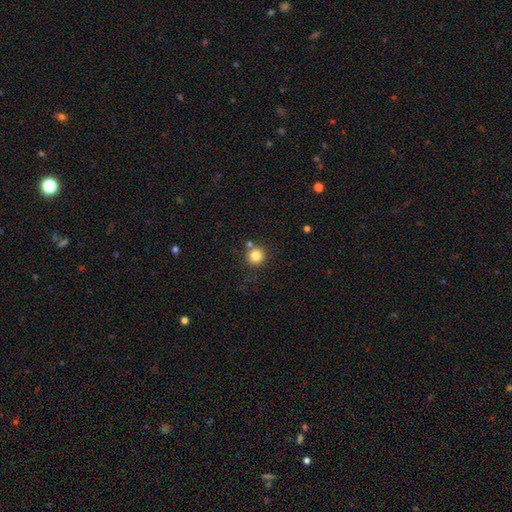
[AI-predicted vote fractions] A smooth galaxy with no disk features (83%) that is round (94%).

Vote fractions:
- Smooth or featured? smooth: 83% / star or artifact: 12% / featured or disk: 6%
- How rounded? round: 94% / in between: 5% / cigar-shaped: 1%
- Merging? none: 81% / merger: 9% / minor disturbance: 8% / major disturbance: 3%